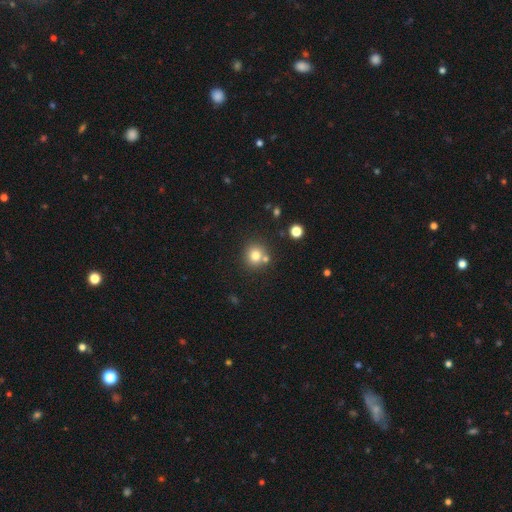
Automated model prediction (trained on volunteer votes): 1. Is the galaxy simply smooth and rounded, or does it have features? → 78% smooth, 13% star or artifact, 9% featured or disk.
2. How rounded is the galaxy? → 89% round, 10% in between, 1% cigar-shaped.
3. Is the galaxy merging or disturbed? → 70% none, 18% merger, 9% minor disturbance, 3% major disturbance.